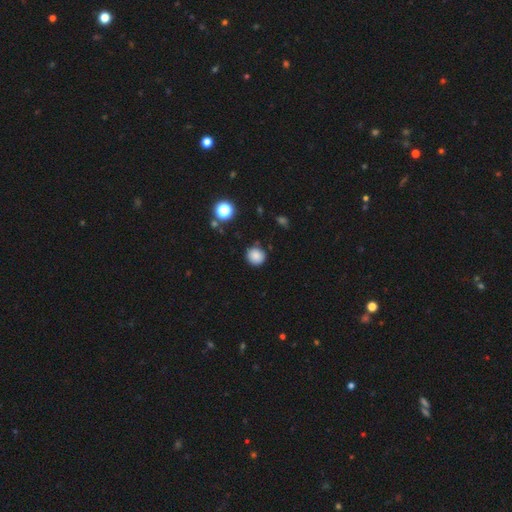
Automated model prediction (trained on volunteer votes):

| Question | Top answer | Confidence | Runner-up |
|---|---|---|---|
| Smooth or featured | smooth | 85% | star or artifact (11%) |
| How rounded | round | 89% | in between (10%) |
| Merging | none | 85% | minor disturbance (10%) |